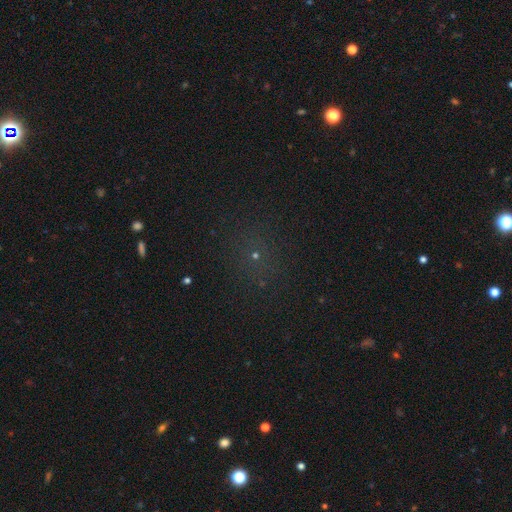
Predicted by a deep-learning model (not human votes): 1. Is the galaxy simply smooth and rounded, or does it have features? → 45% star or artifact, 43% smooth, 12% featured or disk.